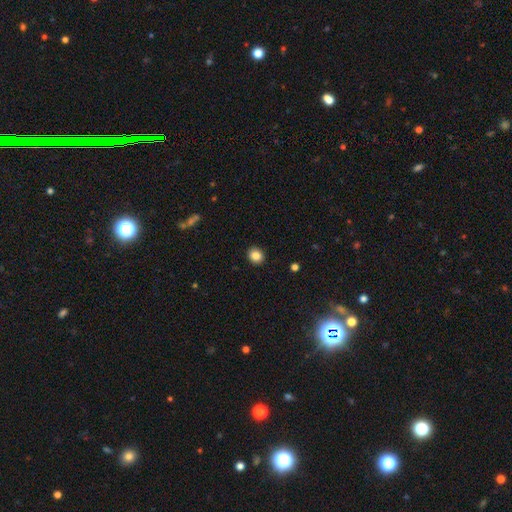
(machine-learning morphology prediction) Smooth or featured? Predicted: smooth (p=0.84). How rounded? Predicted: round (p=0.82). Merging? Predicted: none (p=0.92).